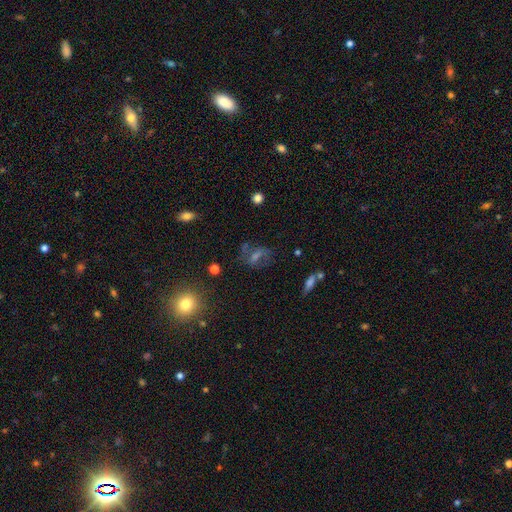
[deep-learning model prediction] A featured or disk galaxy (47%). Merging: none (65%).